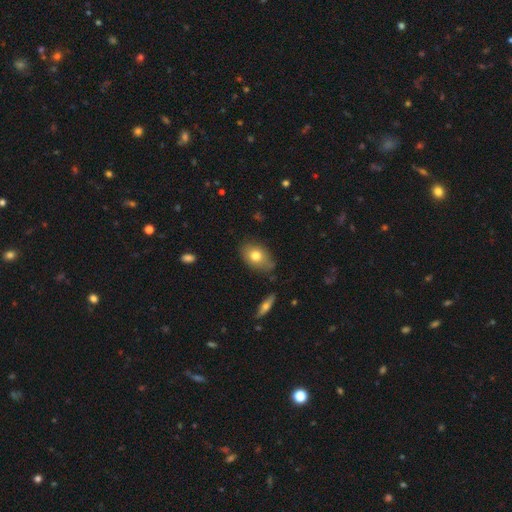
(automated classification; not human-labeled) Smooth or featured? smooth (75%)
How rounded? in between (79%)
Merging? none (75%)